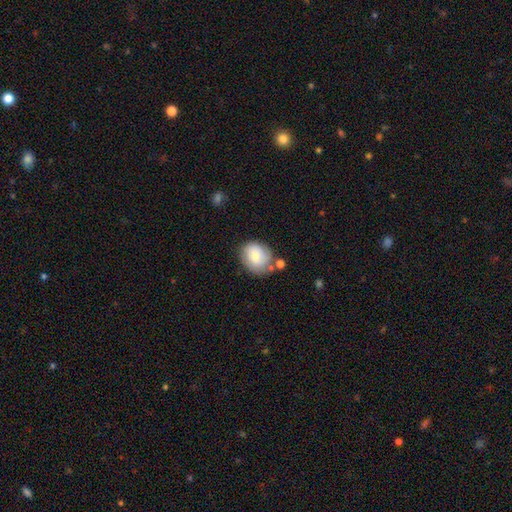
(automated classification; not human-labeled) Morphology: type=smooth (65%); roundness=round (64%); merging=none (61%).